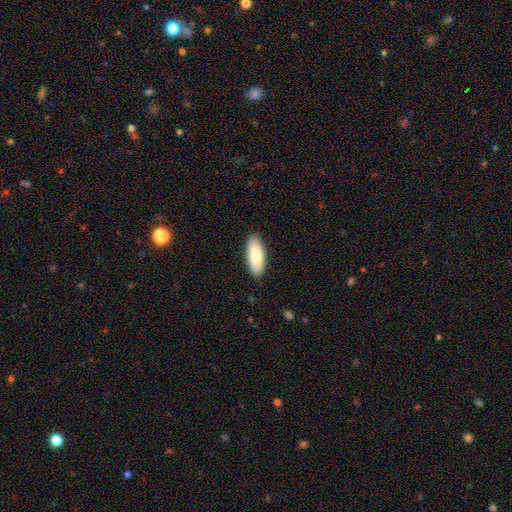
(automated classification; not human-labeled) Smooth or featured? smooth (83%)
How rounded? in between (75%)
Merging? none (88%)